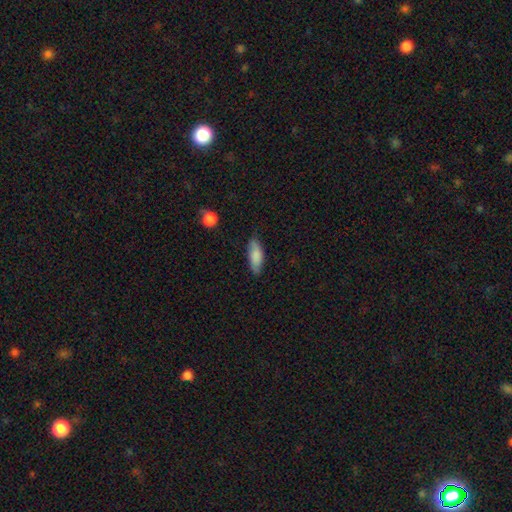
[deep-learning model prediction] Smooth or featured? Predicted: smooth (p=0.82). How rounded? Predicted: in between (p=0.75). Merging? Predicted: none (p=0.75).